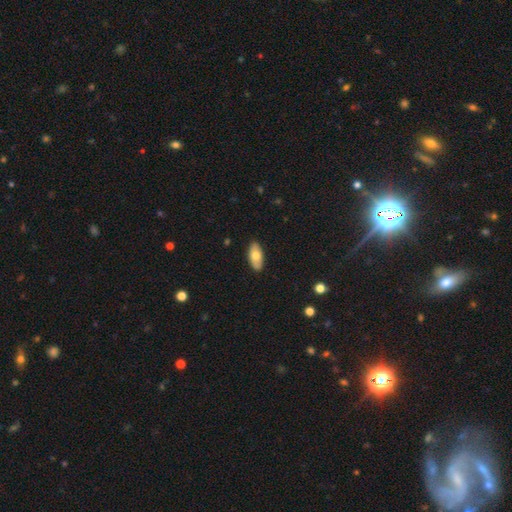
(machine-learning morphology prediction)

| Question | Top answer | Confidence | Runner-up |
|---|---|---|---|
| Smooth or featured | smooth | 72% | featured or disk (23%) |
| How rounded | in between | 90% | cigar-shaped (8%) |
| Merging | none | 88% | minor disturbance (9%) |